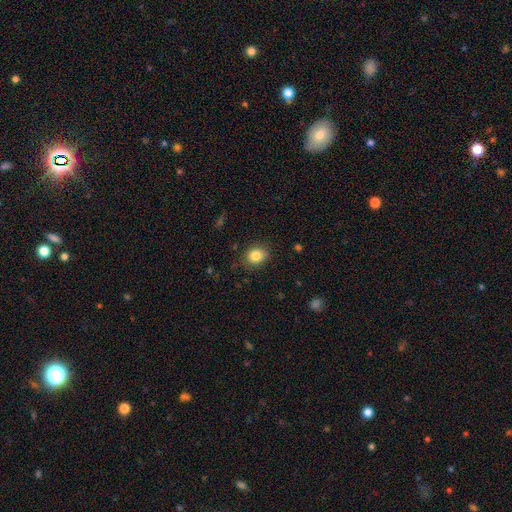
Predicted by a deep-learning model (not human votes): smooth-or-featured: smooth: 84% | star or artifact: 10% | featured or disk: 6%
  how-rounded: round: 65% | in between: 34% | cigar-shaped: 1%
  merging: none: 81% | minor disturbance: 14% | major disturbance: 3% | merger: 1%